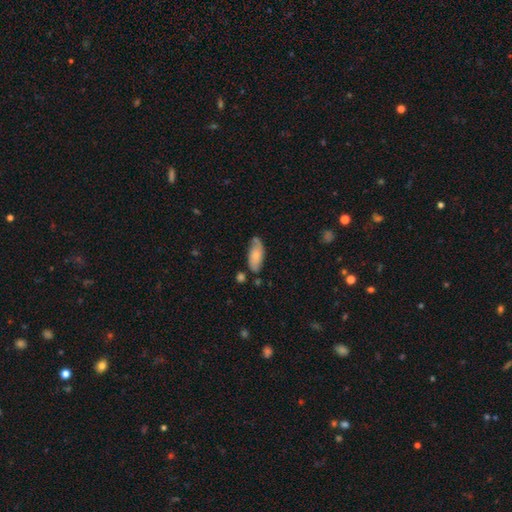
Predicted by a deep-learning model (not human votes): Overall: smooth (64%; featured or disk 30%). How rounded: in between (87%). Merging: none (63%; minor disturbance 24%).